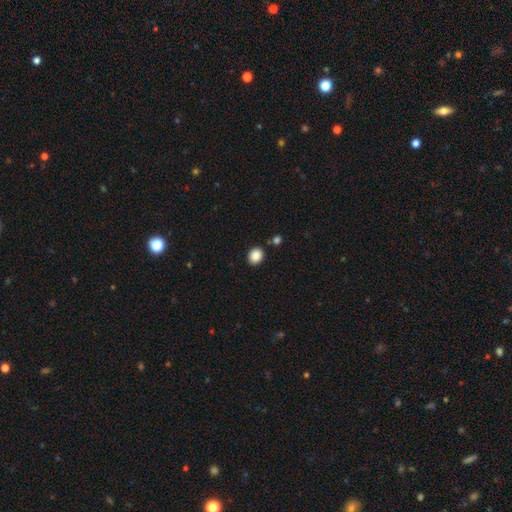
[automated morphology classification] Smooth or featured? Predicted: smooth (p=0.88). How rounded? Predicted: round (p=0.53). Merging? Predicted: none (p=0.85).